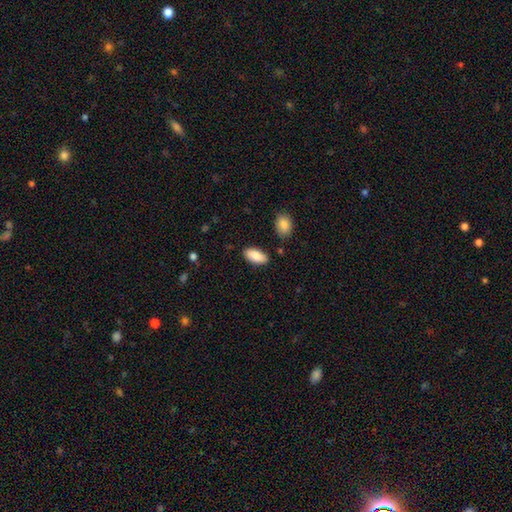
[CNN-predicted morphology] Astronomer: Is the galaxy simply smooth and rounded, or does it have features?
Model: smooth — 85%.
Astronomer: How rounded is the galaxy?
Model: in between — 91%.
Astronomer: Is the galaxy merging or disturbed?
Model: none — 83%.